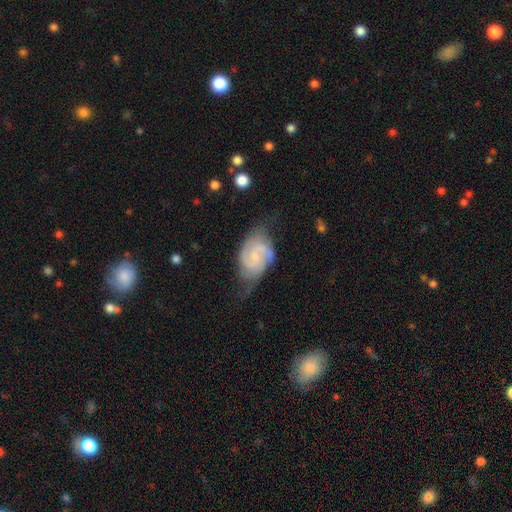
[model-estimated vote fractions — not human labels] The model was most divided on "bar": no: 48%, weak: 44%, strong: 8%. Remaining: edge-on disk — no (97%); spiral arms — yes (93%); smooth or featured — featured or disk (75%); spiral arm count — 2 (72%); bulge size — small (59%); spiral winding — medium (46%); merging — none (45%).